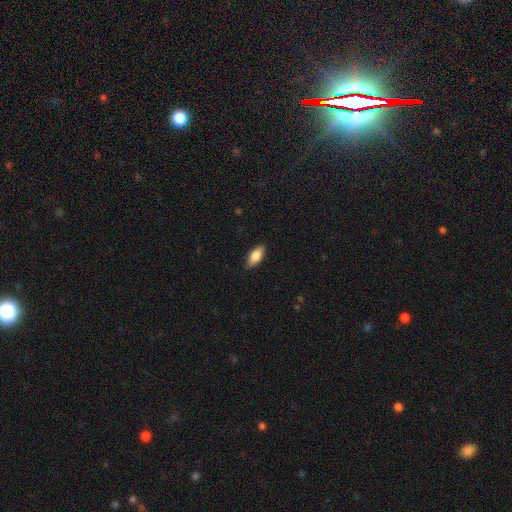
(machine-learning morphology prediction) smooth-or-featured: smooth: 83% | featured or disk: 11% | star or artifact: 6%
  how-rounded: in between: 87% | cigar-shaped: 11% | round: 2%
  merging: none: 86% | minor disturbance: 11% | major disturbance: 2% | merger: 1%